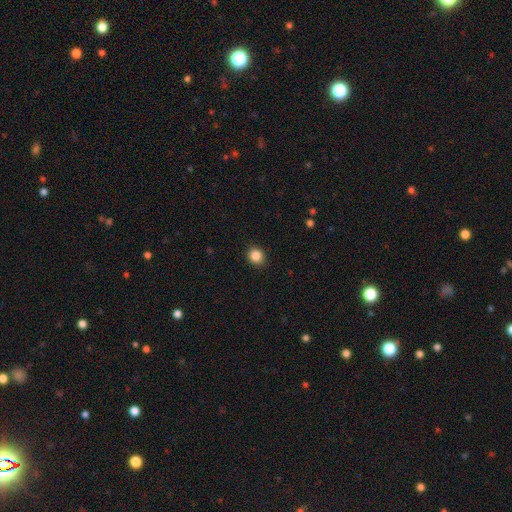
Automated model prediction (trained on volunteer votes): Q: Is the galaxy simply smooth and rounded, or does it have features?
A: smooth — 86%.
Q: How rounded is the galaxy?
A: round — 82%.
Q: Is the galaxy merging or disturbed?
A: none — 91%.